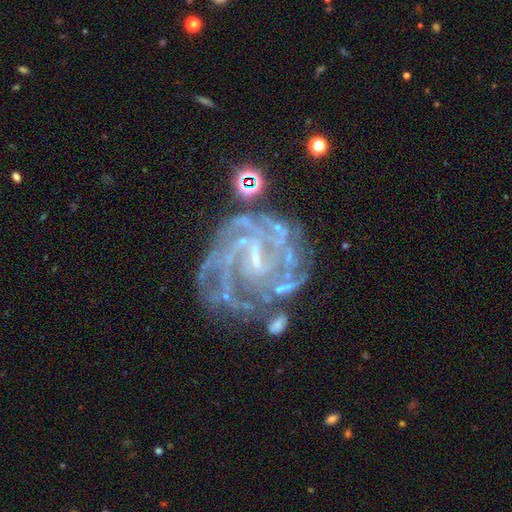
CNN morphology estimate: type=featured or disk (86%); edge-on=no (98%); bar=weak (52%); spiral arms=yes (93%); winding=tight (64%); arm count=can't tell (32%); bulge=small (55%); merging=none (61%).